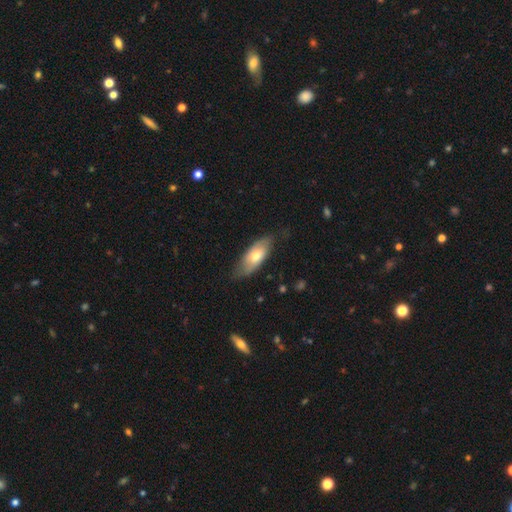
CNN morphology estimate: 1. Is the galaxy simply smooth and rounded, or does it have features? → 64% smooth, 30% featured or disk, 6% star or artifact.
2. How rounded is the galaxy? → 81% in between, 16% cigar-shaped, 3% round.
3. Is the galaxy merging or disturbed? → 69% none, 24% minor disturbance, 5% major disturbance, 1% merger.